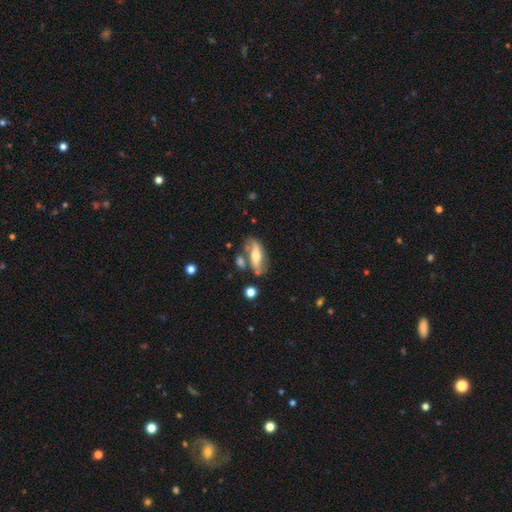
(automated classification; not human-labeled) This appears to be a featured or disk galaxy (56%). Merging: none (57%).